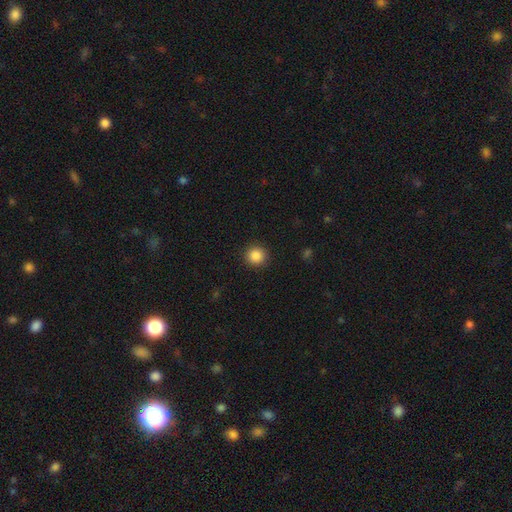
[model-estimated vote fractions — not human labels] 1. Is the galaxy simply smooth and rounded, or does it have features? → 87% smooth, 10% star or artifact, 3% featured or disk.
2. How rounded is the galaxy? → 93% round, 6% in between, 1% cigar-shaped.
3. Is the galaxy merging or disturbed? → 92% none, 5% minor disturbance, 2% major disturbance, 1% merger.